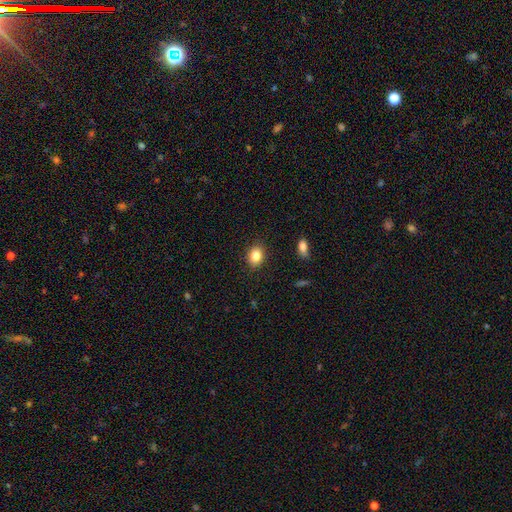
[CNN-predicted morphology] type=smooth (84%); roundness=in between (58%); merging=none (88%).